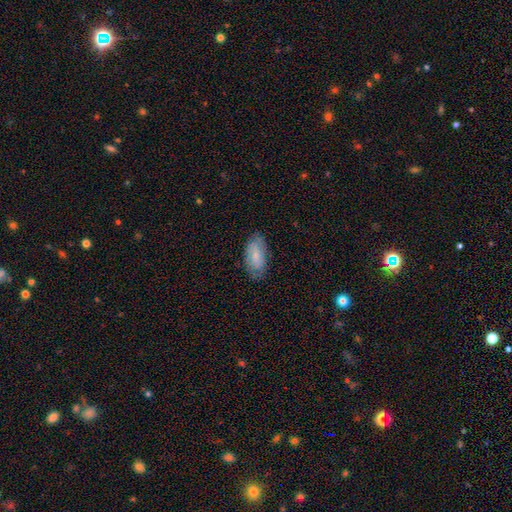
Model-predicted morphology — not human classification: A smooth galaxy with no disk features (64%) that is in between round and cigar-shaped (92%). Merging: none (78%).